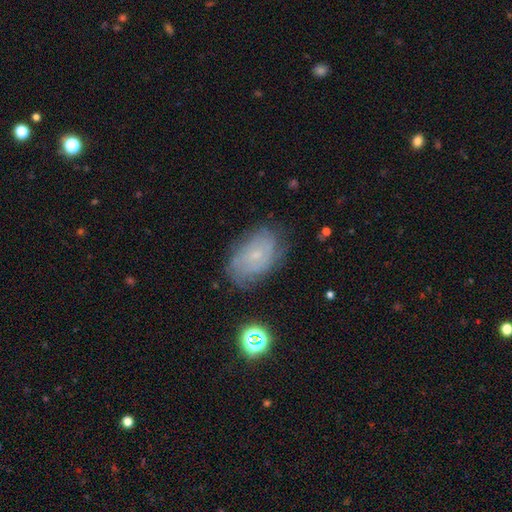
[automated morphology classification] Smooth or featured: featured or disk — 55% (smooth — 32%)
Edge-on disk: no — 96% (yes — 4%)
Bar: no — 75% (weak — 22%)
Spiral arms: yes — 78% (no — 22%)
Bulge size: small — 81% (moderate — 11%)
Merging: none — 70% (minor disturbance — 21%)